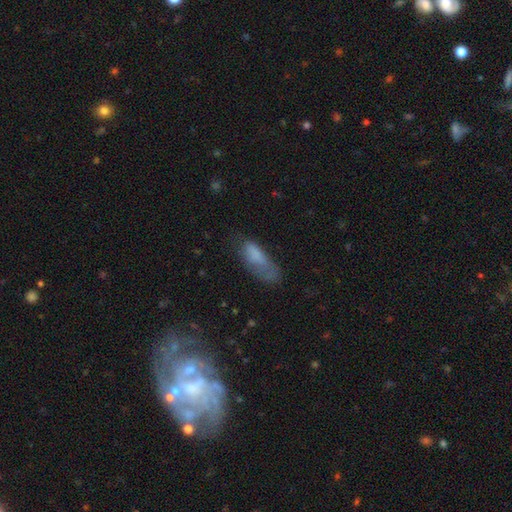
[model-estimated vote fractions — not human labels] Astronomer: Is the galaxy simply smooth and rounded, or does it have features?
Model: smooth — 72%.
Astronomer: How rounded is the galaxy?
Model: in between — 65%.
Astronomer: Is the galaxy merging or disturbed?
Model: none — 33% (runner-up: major disturbance, 32%).